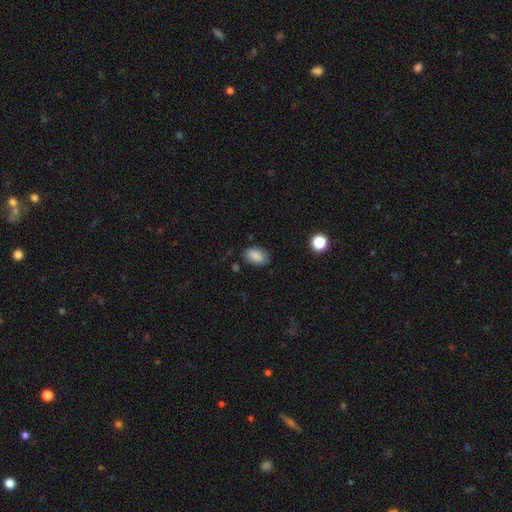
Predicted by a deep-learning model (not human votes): The model was most divided on "merging": none: 80%, minor disturbance: 14%, major disturbance: 3%, merger: 2%. More confident: how rounded — in between (90%); smooth or featured — smooth (84%).